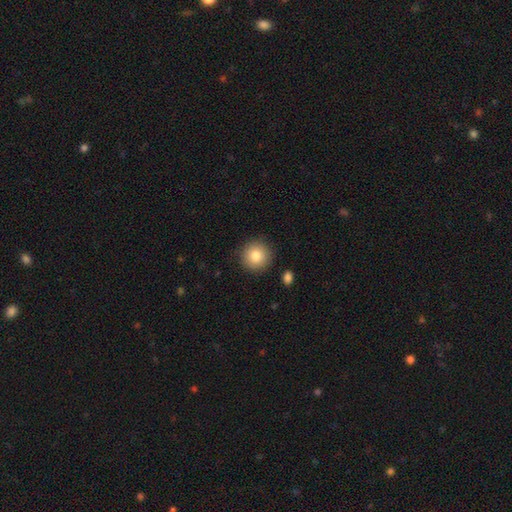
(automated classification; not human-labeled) Q: Smooth or featured?
A: smooth (82%); runner-up: star or artifact (9%)
Q: How rounded?
A: round (95%); runner-up: in between (4%)
Q: Merging?
A: none (90%); runner-up: minor disturbance (6%)